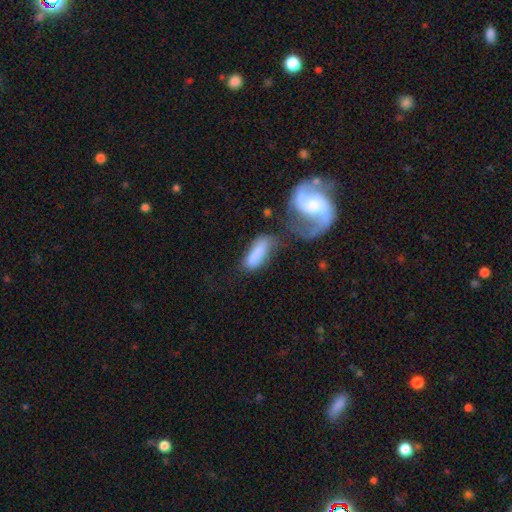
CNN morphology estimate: Q: Smooth or featured?
A: smooth (79%); runner-up: featured or disk (14%)
Q: How rounded?
A: in between (59%); runner-up: cigar-shaped (38%)
Q: Merging?
A: none (40%); runner-up: merger (22%)